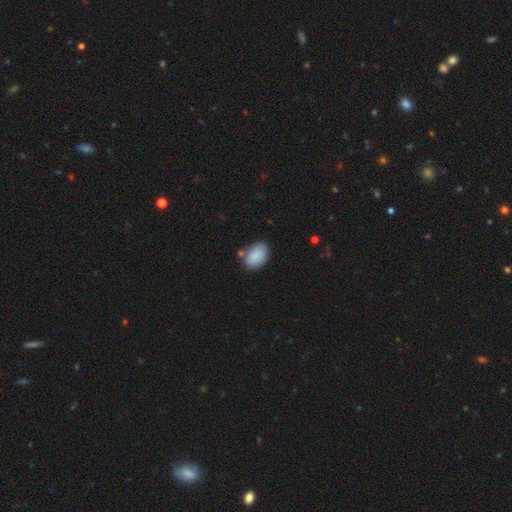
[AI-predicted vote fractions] Smooth or featured? smooth (88%)
How rounded? in between (88%)
Merging? none (70%)